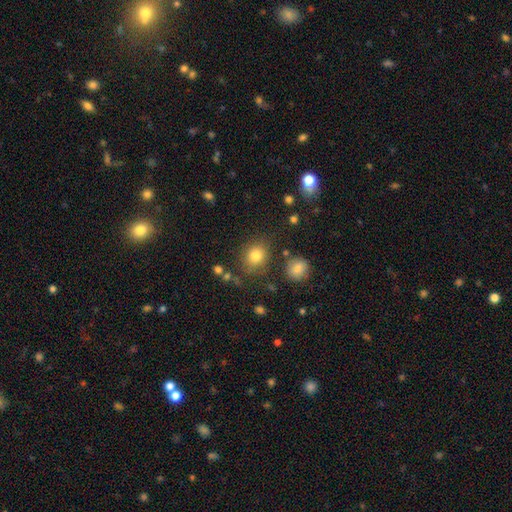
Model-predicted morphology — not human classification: A smooth galaxy with no disk features (80%) that is round (66%). Merging: none (78%).